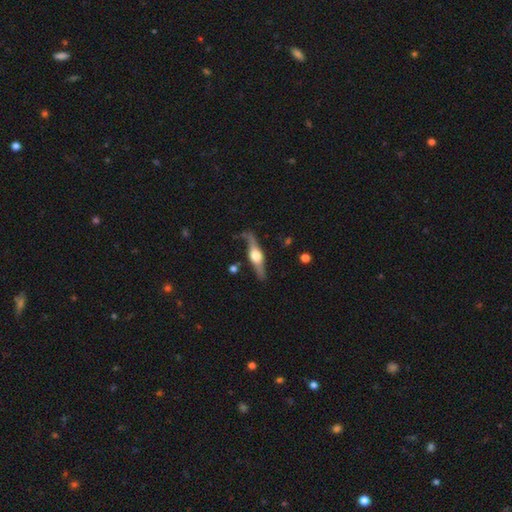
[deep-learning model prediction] The model was most divided on "smooth or featured": featured or disk: 76%, smooth: 19%, star or artifact: 5%. More confident: edge-on disk — yes (95%); edge-on bulge — rounded (94%); merging — none (81%).